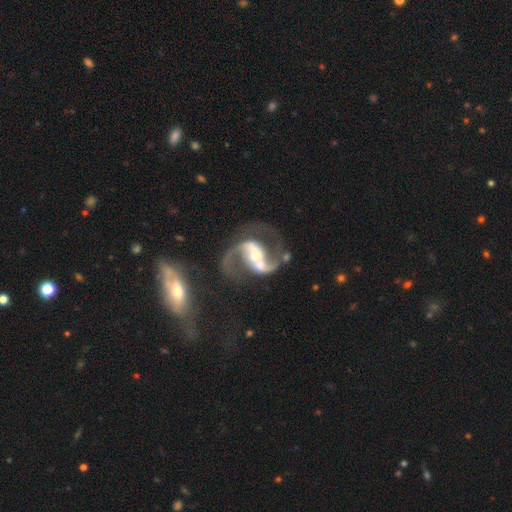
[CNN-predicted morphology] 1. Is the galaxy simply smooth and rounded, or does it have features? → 90% featured or disk, 6% star or artifact, 4% smooth.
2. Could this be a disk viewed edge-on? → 98% no, 2% yes.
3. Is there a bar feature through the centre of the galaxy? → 44% strong, 33% weak, 23% no.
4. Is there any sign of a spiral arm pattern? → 97% yes, 3% no.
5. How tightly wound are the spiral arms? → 47% medium, 46% loose, 7% tight.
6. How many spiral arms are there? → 93% 2, 2% 1, 2% can't tell, 1% 3, 1% 4, 1% more than 4.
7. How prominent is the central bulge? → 51% moderate, 34% small, 11% large, 3% none, 2% dominant.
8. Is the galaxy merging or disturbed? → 52% none, 22% merger, 14% major disturbance, 12% minor disturbance.